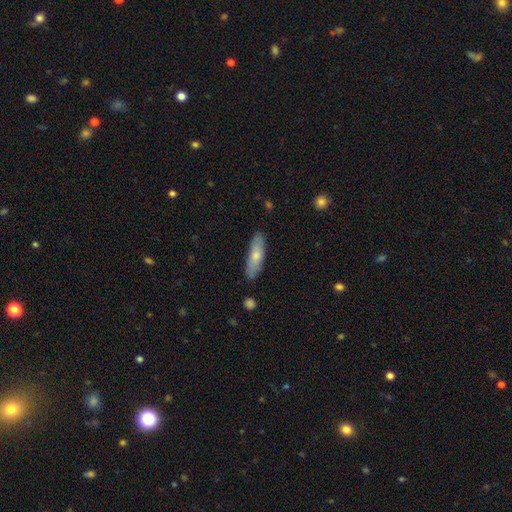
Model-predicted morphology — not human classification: Overall: smooth (70%). How rounded: cigar-shaped (63%; in between 35%). Merging: none (84%).